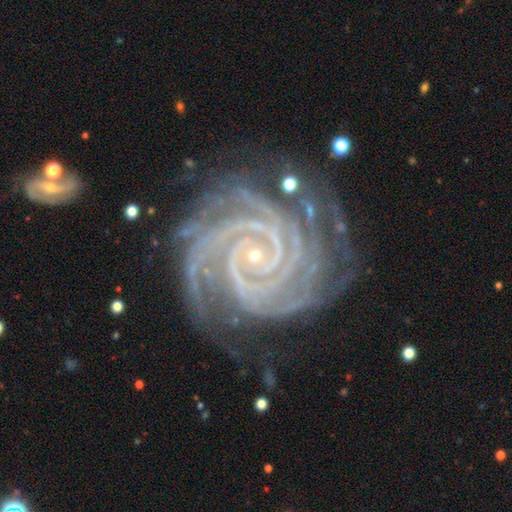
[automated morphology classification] This is clearly a featured or disk galaxy (93%). It is clearly not viewed edge-on (98%). Bar: possibly no (53%). Spiral arm pattern: clearly yes (99%). Spiral arm count: marginally 4 (28%). Spiral winding: clearly tight (87%). Central bulge: clearly small (89%). Merging: likely none (72%).